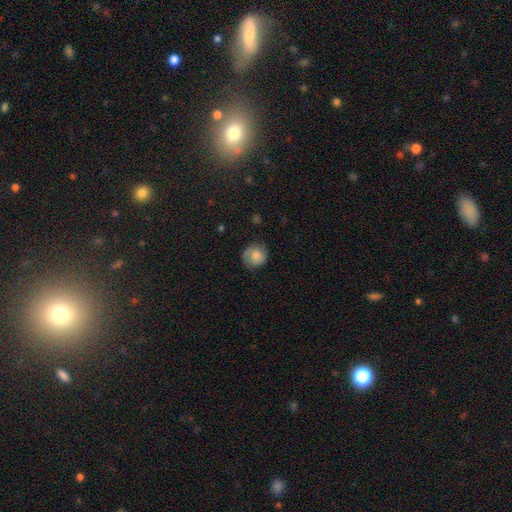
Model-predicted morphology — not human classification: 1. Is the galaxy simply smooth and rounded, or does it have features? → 63% smooth, 29% featured or disk, 8% star or artifact.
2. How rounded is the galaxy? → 87% round, 12% in between, 1% cigar-shaped.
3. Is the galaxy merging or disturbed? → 72% none, 21% minor disturbance, 6% major disturbance, 1% merger.